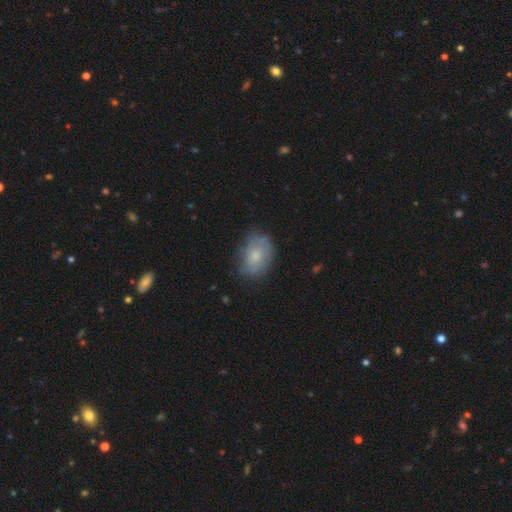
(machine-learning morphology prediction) A smooth galaxy with no disk features (48%).

Vote fractions:
- Smooth or featured? smooth: 48% / featured or disk: 44% / star or artifact: 8%
- Merging? none: 67% / minor disturbance: 24% / major disturbance: 8% / merger: 1%